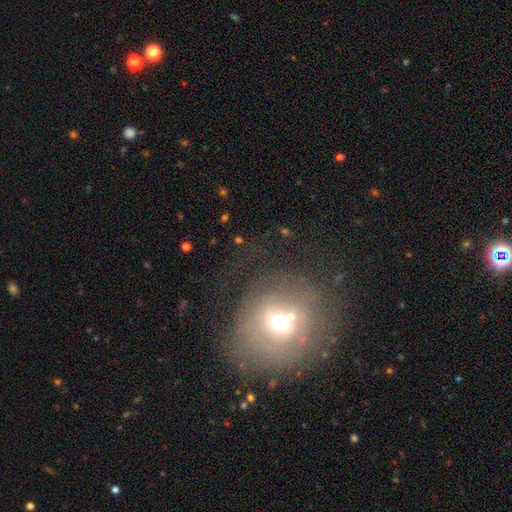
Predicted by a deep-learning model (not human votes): Smooth or featured?
  - smooth: 44% *
  - featured or disk: 32%
  - star or artifact: 25%
Merging?
  - none: 54% *
  - minor disturbance: 18%
  - major disturbance: 18%
  - merger: 10%